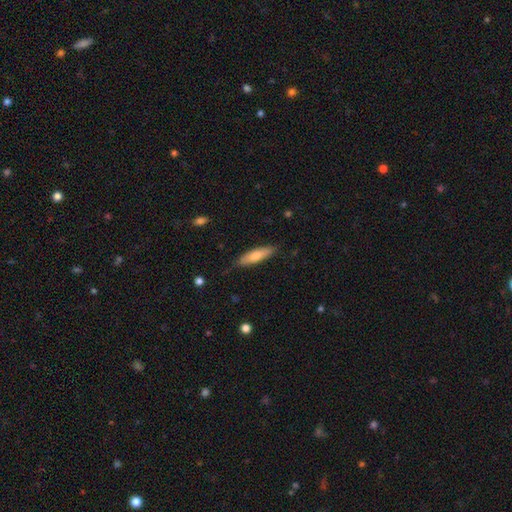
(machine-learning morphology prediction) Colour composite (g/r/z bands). It shows a smooth galaxy with no disk features (72%) that is cigar-shaped (68%). Merging: none (80%).